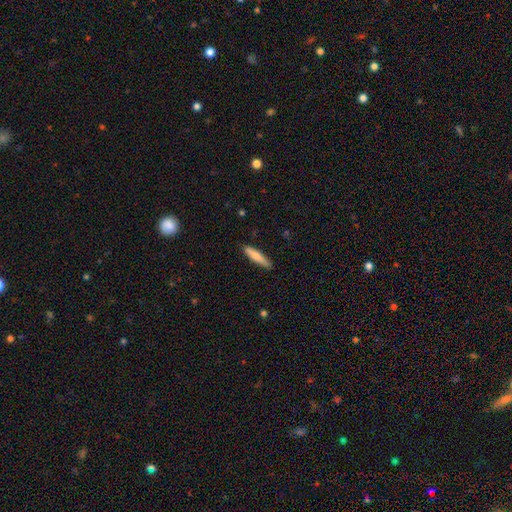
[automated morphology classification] A smooth galaxy with no disk features (73%) that is cigar-shaped (84%).

Vote fractions:
- Smooth or featured? smooth: 73% / featured or disk: 22% / star or artifact: 6%
- How rounded? cigar-shaped: 84% / in between: 15% / round: 1%
- Merging? none: 86% / minor disturbance: 11% / major disturbance: 2% / merger: 1%